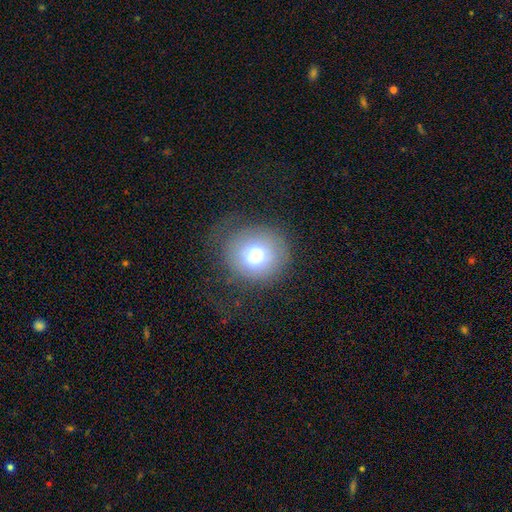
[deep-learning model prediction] This appears to be a smooth galaxy with no disk features (72%) that is round (86%). Merging: none (58%).